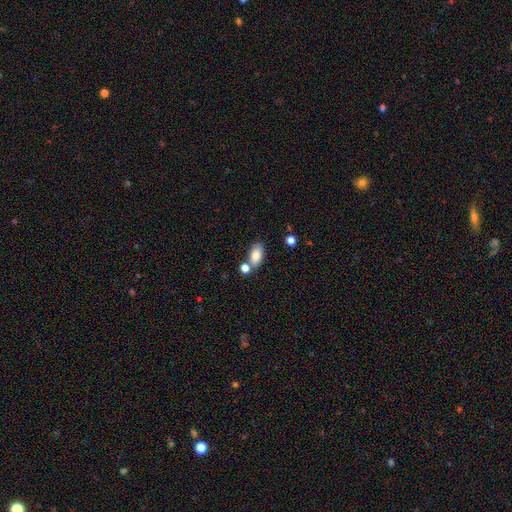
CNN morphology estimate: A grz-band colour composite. It shows a smooth galaxy with no disk features (83%) that is in between round and cigar-shaped (90%). Merging: none (67%).